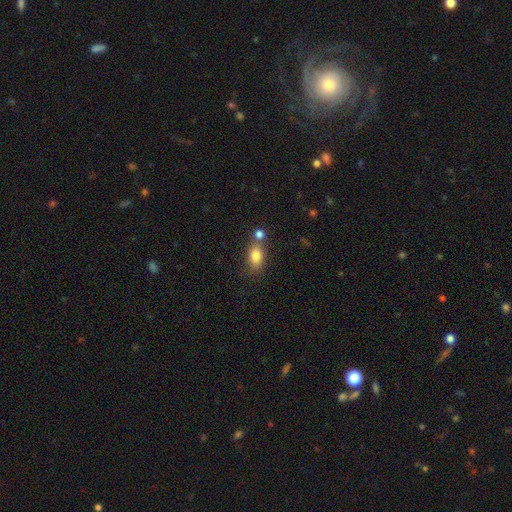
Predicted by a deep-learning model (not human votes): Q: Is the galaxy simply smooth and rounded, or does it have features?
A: smooth — 82%.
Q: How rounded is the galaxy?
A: in between — 79%.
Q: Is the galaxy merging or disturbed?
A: none — 58%.